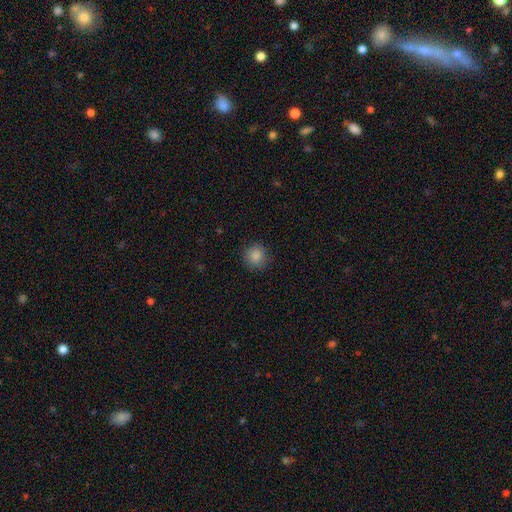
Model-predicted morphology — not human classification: Smooth or featured?
  - smooth: 86% *
  - star or artifact: 10%
  - featured or disk: 4%
How rounded?
  - round: 94% *
  - in between: 6%
  - cigar-shaped: 1%
Merging?
  - none: 89% *
  - minor disturbance: 8%
  - major disturbance: 2%
  - merger: 1%